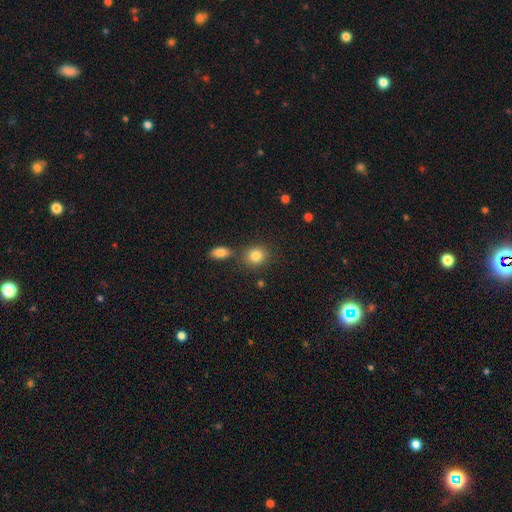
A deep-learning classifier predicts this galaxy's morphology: Smooth or featured: smooth — 84% (star or artifact — 10%)
How rounded: round — 73% (in between — 26%)
Merging: none — 75% (merger — 12%)